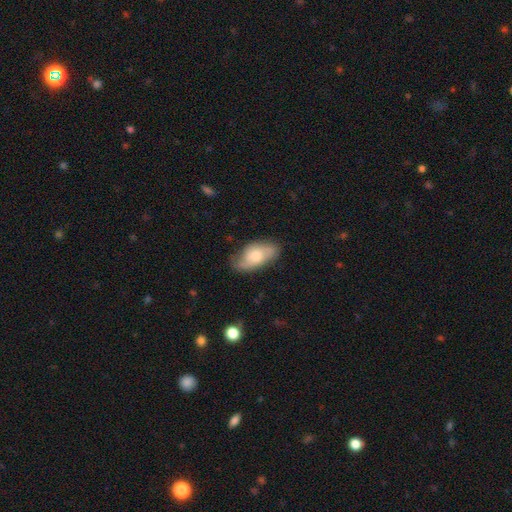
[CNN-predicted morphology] smooth 54%, featured or disk 39%, star or artifact 7%. Down the decision tree: how rounded — in between (91%); merging — none (67%).